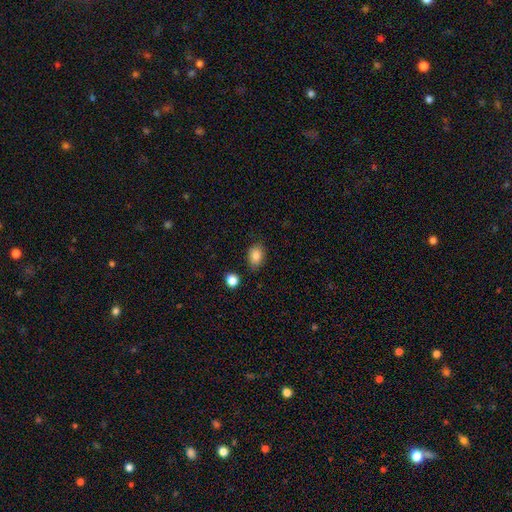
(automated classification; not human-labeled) Smooth or featured? smooth (86%)
How rounded? in between (73%)
Merging? none (78%)